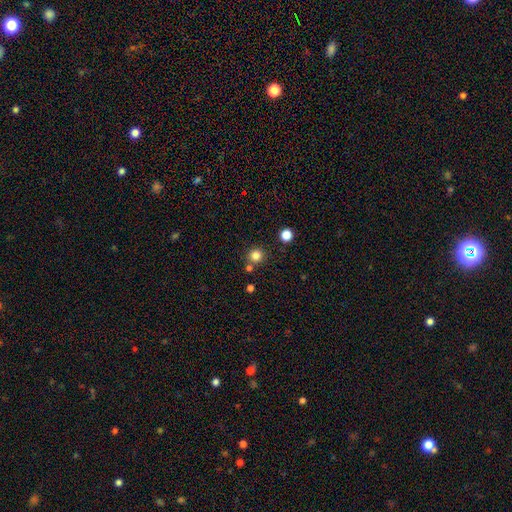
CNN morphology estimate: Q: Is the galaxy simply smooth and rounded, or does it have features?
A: smooth — 82%.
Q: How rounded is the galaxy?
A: round — 93%.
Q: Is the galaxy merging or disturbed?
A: none — 81%.